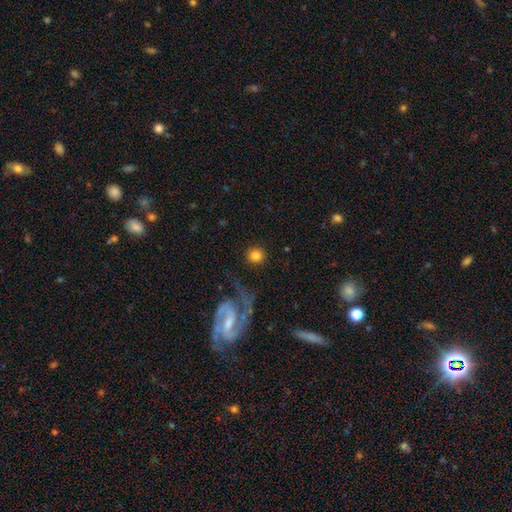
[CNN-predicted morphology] Smooth or featured: smooth — 78% (featured or disk — 13%)
How rounded: round — 92% (in between — 7%)
Merging: none — 86% (minor disturbance — 6%)